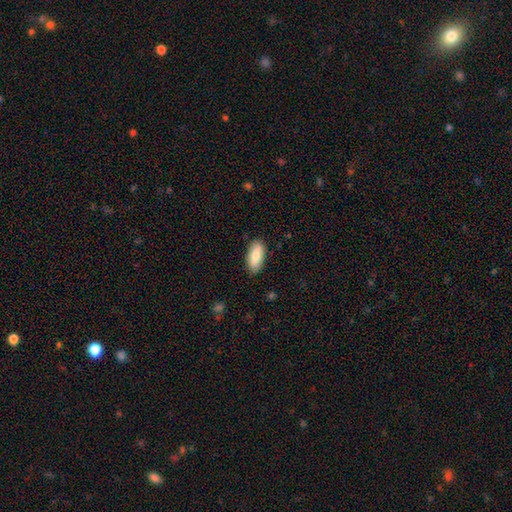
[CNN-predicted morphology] The model was most divided on "how rounded": in between: 84%, cigar-shaped: 14%, round: 2%. More confident: merging — none (86%); smooth or featured — smooth (83%).